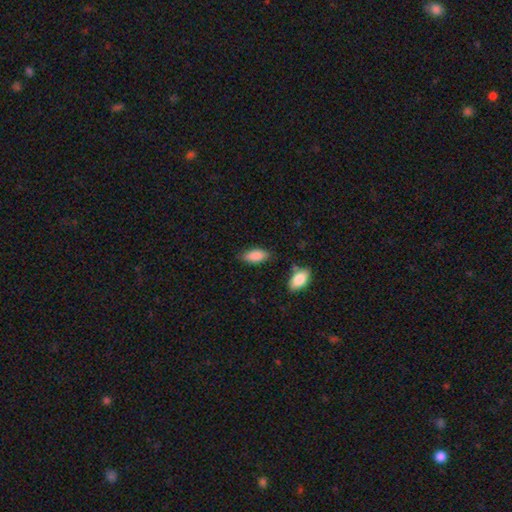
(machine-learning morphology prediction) Smooth or featured? smooth (87%)
How rounded? in between (88%)
Merging? none (78%)